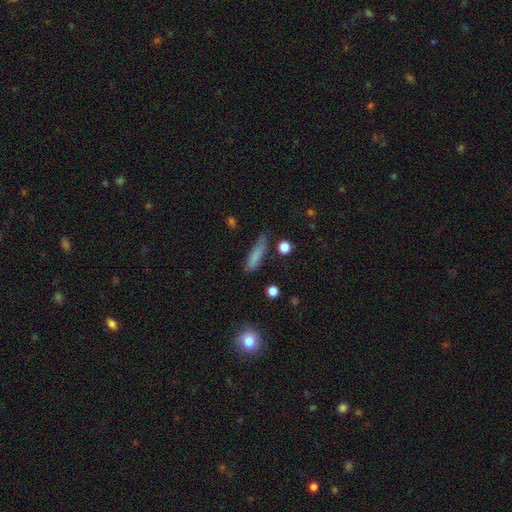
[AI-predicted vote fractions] smooth 78%, featured or disk 13%, star or artifact 9%. Down the decision tree: how rounded — cigar-shaped (69%); merging — none (61%).